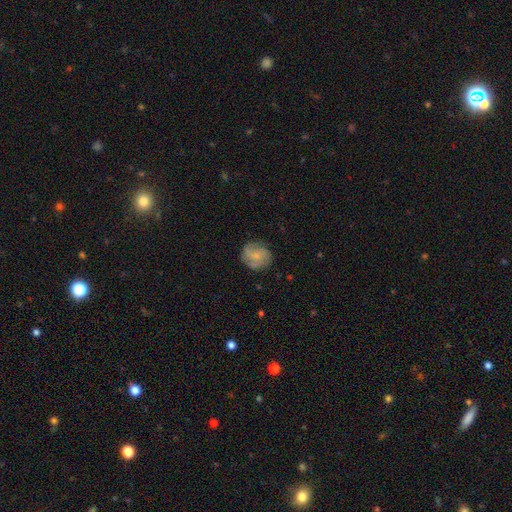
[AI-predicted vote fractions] Smooth or featured? Predicted: featured or disk (p=0.55). Edge-on disk? Predicted: no (p=0.98). Bar? Predicted: no (p=0.76). Spiral arms? Predicted: yes (p=0.87). Bulge size? Predicted: small (p=0.71). Merging? Predicted: none (p=0.75).